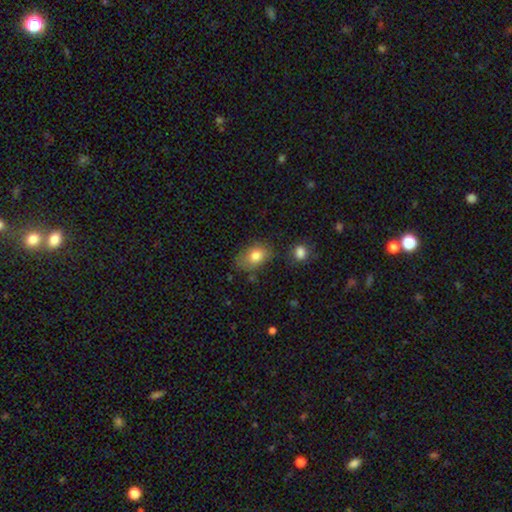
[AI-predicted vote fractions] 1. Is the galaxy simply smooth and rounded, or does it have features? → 80% smooth, 12% featured or disk, 8% star or artifact.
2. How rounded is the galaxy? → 78% in between, 21% round, 1% cigar-shaped.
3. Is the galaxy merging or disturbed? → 63% none, 24% minor disturbance, 8% major disturbance, 5% merger.